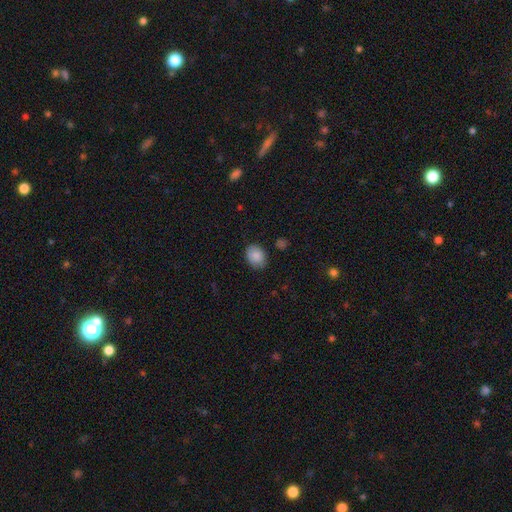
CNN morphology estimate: Smooth or featured: smooth — 88% (star or artifact — 7%)
How rounded: in between — 66% (round — 33%)
Merging: none — 83% (minor disturbance — 13%)